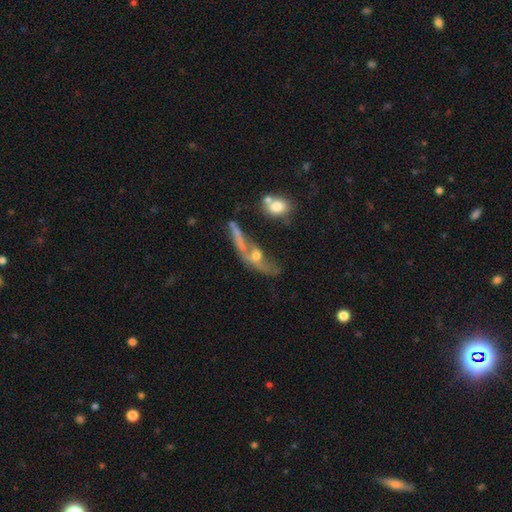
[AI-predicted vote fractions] Smooth or featured?
  - featured or disk: 53% *
  - smooth: 31%
  - star or artifact: 16%
Edge-on disk?
  - no: 58% *
  - yes: 42%
Merging?
  - none: 29% *
  - major disturbance: 28%
  - merger: 26%
  - minor disturbance: 16%